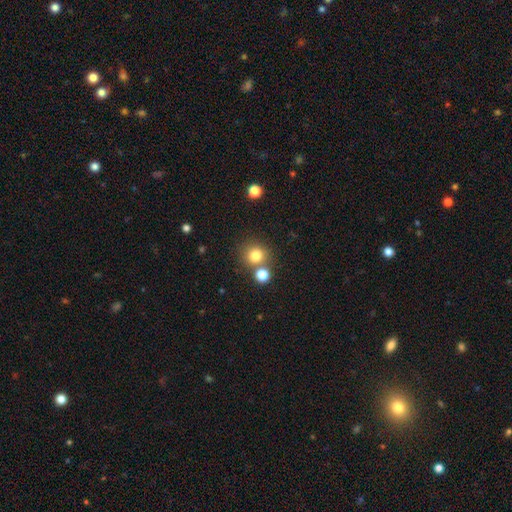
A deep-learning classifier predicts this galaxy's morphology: smooth-or-featured: smooth: 80% | star or artifact: 13% | featured or disk: 7%
  how-rounded: round: 89% | in between: 10% | cigar-shaped: 1%
  merging: none: 68% | merger: 21% | minor disturbance: 8% | major disturbance: 3%